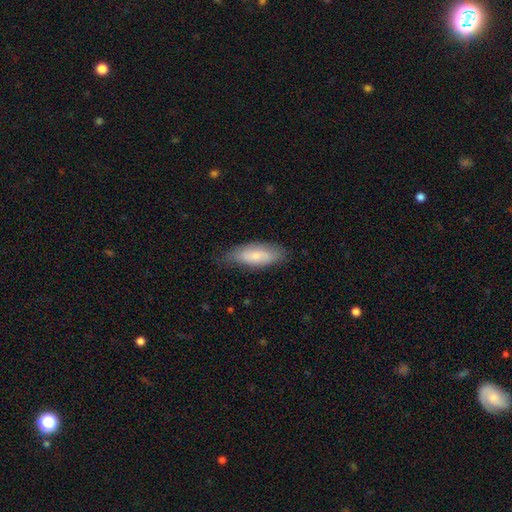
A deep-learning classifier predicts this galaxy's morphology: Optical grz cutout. It shows a smooth galaxy with no disk features (69%) that is in between round and cigar-shaped (69%). Merging: none (71%).